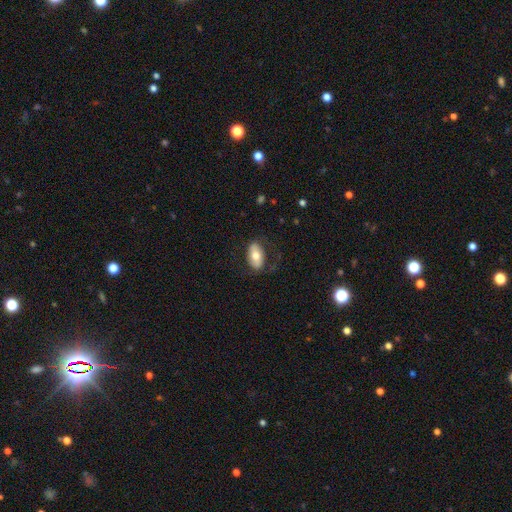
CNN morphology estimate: type=smooth (67%); roundness=in between (92%); merging=none (77%).